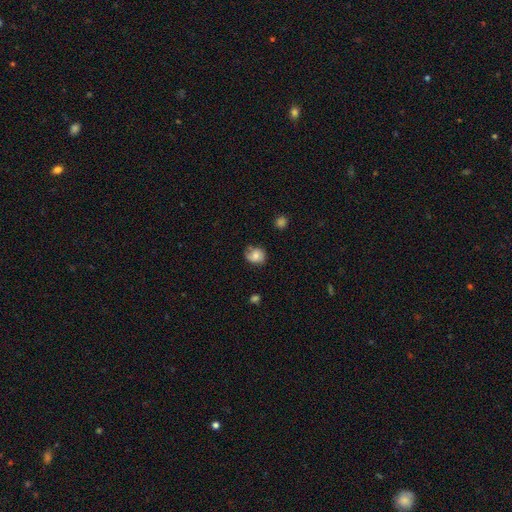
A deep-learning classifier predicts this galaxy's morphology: Q: Smooth or featured?
A: smooth (68%); runner-up: featured or disk (22%)
Q: How rounded?
A: round (62%); runner-up: in between (37%)
Q: Merging?
A: none (59%); runner-up: minor disturbance (30%)